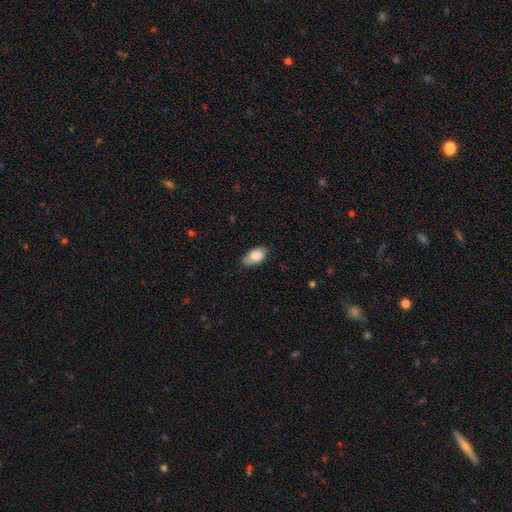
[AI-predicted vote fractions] smooth-or-featured: smooth: 82% | featured or disk: 11% | star or artifact: 7%
  how-rounded: in between: 92% | round: 6% | cigar-shaped: 2%
  merging: none: 65% | minor disturbance: 28% | major disturbance: 5% | merger: 2%